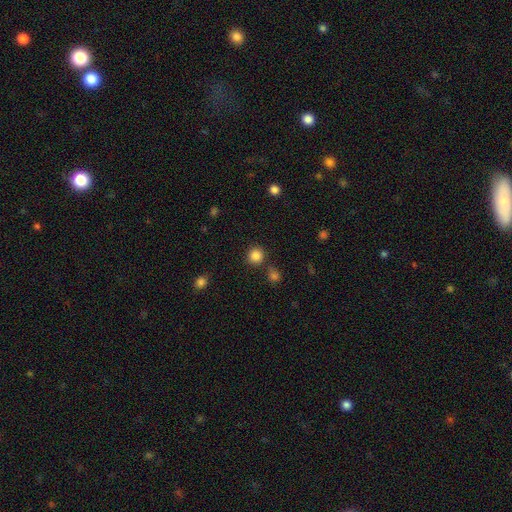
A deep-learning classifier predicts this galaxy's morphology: smooth-or-featured: smooth: 85% | star or artifact: 12% | featured or disk: 4%
  how-rounded: round: 92% | in between: 7% | cigar-shaped: 1%
  merging: none: 82% | minor disturbance: 7% | merger: 7% | major disturbance: 3%